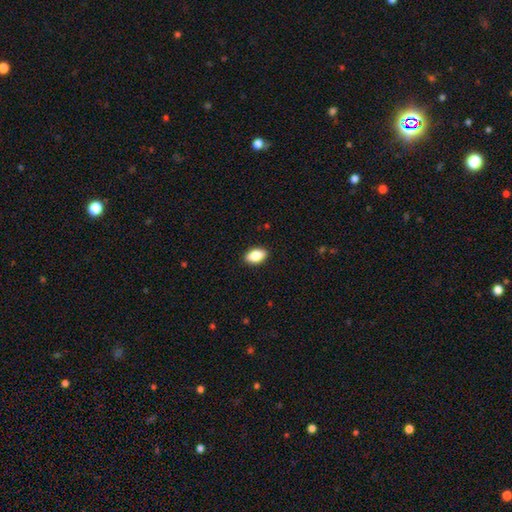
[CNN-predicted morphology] A smooth galaxy with no disk features (85%) that is in between round and cigar-shaped (90%). Merging: none (90%).